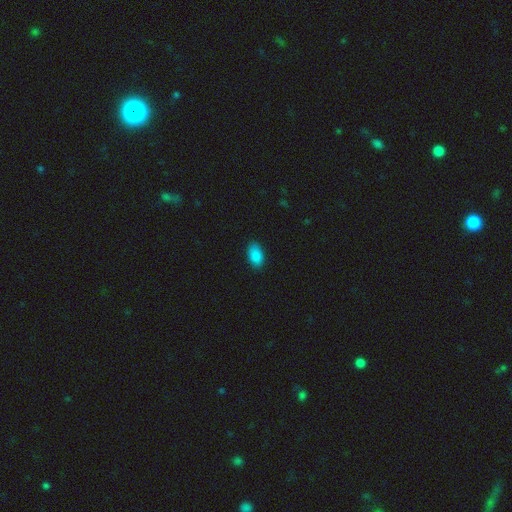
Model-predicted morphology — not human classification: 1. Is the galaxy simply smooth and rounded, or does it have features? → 88% smooth, 8% star or artifact, 4% featured or disk.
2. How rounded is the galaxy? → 92% in between, 6% round, 2% cigar-shaped.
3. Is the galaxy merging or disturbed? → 85% none, 12% minor disturbance, 2% major disturbance, 1% merger.